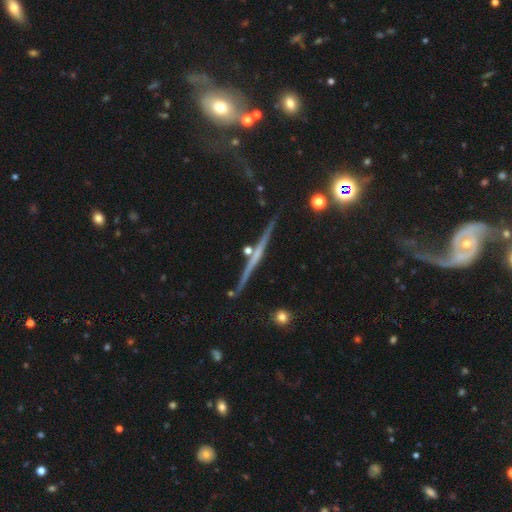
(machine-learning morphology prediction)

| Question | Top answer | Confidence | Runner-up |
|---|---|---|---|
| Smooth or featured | featured or disk | 73% | smooth (17%) |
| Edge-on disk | yes | 98% | no (2%) |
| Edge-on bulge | none | 62% | rounded (31%) |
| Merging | none | 84% | minor disturbance (10%) |